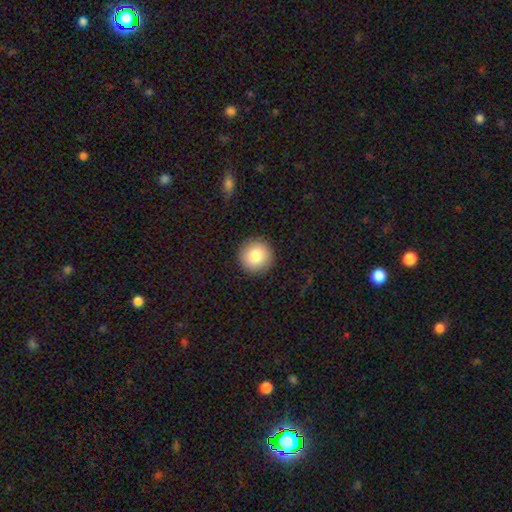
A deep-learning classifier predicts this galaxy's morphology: A smooth galaxy with no disk features (84%) that is round (96%). Merging: none (92%).